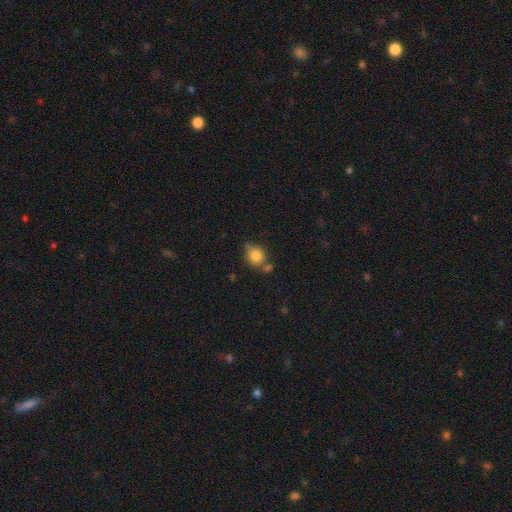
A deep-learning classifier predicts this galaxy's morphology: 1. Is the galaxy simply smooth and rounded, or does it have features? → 83% smooth, 10% star or artifact, 8% featured or disk.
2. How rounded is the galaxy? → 68% round, 31% in between, 1% cigar-shaped.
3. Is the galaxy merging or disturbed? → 53% none, 22% minor disturbance, 20% merger, 6% major disturbance.